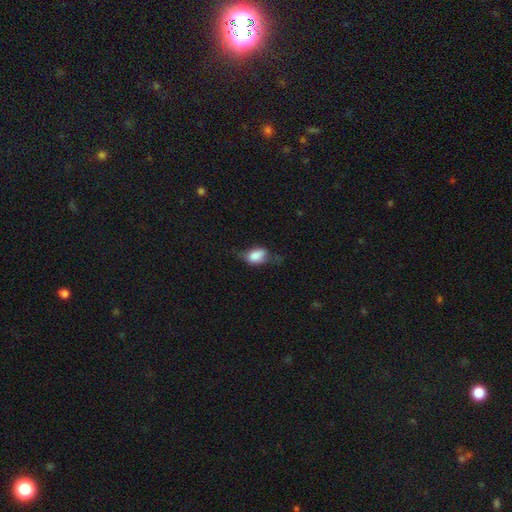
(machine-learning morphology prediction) smooth 74%, featured or disk 18%, star or artifact 8%. Down the decision tree: how rounded — in between (81%); merging — none (36%, tied with minor disturbance).